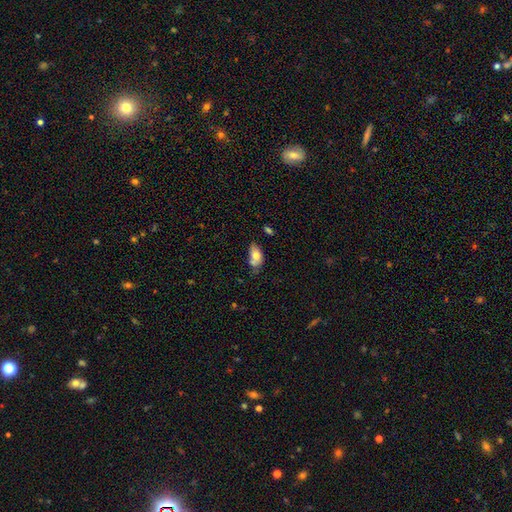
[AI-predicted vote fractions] smooth 71%, featured or disk 21%, star or artifact 8%. Down the decision tree: how rounded — in between (90%); merging — none (43%).